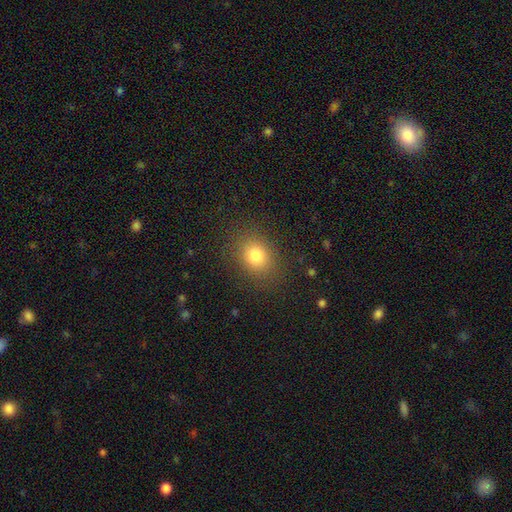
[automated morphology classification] A smooth galaxy with no disk features (80%) that is round (56%).

Vote fractions:
- Smooth or featured? smooth: 80% / star or artifact: 13% / featured or disk: 7%
- How rounded? round: 56% / in between: 43% / cigar-shaped: 1%
- Merging? none: 86% / minor disturbance: 9% / major disturbance: 4% / merger: 1%